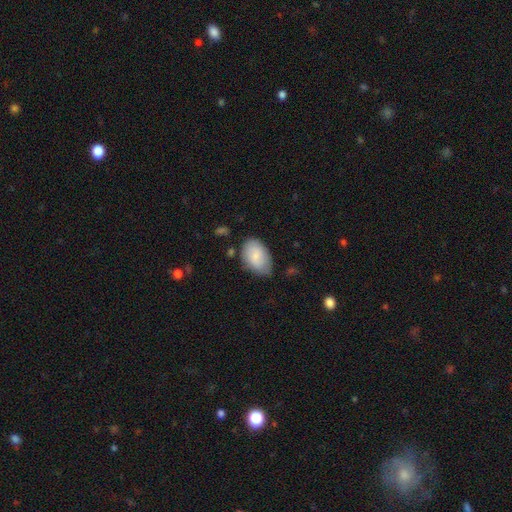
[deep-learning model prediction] This appears to be a smooth galaxy with no disk features (78%) that is in between round and cigar-shaped (90%). Merging: none (59%).